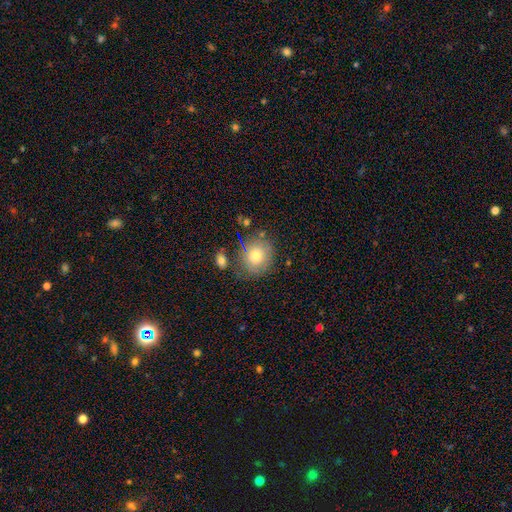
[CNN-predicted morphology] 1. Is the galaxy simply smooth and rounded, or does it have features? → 73% smooth, 17% featured or disk, 10% star or artifact.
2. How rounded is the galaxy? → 77% round, 23% in between, 1% cigar-shaped.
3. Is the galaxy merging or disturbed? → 71% none, 16% minor disturbance, 7% merger, 6% major disturbance.